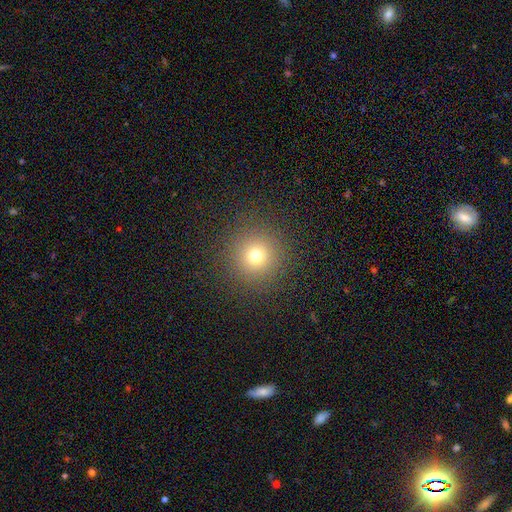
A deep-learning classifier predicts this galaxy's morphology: Smooth or featured: smooth — 71% (star or artifact — 20%)
How rounded: round — 95% (in between — 4%)
Merging: none — 90% (minor disturbance — 6%)